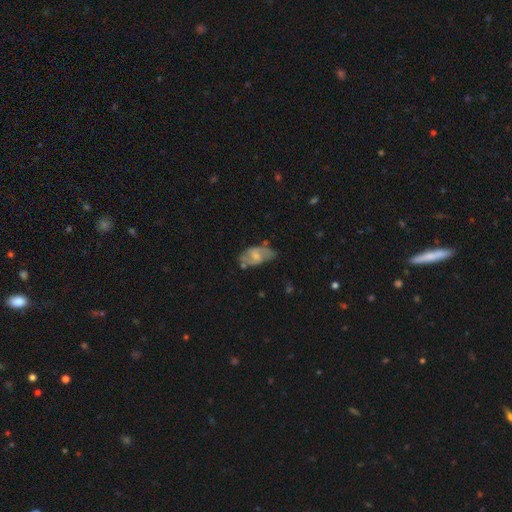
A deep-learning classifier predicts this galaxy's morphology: Q: Smooth or featured?
A: featured or disk (60%); runner-up: smooth (33%)
Q: Edge-on disk?
A: no (94%); runner-up: yes (6%)
Q: Bar?
A: no (49%); runner-up: weak (43%)
Q: Spiral arms?
A: yes (74%); runner-up: no (26%)
Q: Bulge size?
A: moderate (43%); runner-up: small (39%)
Q: Merging?
A: none (51%); runner-up: minor disturbance (31%)